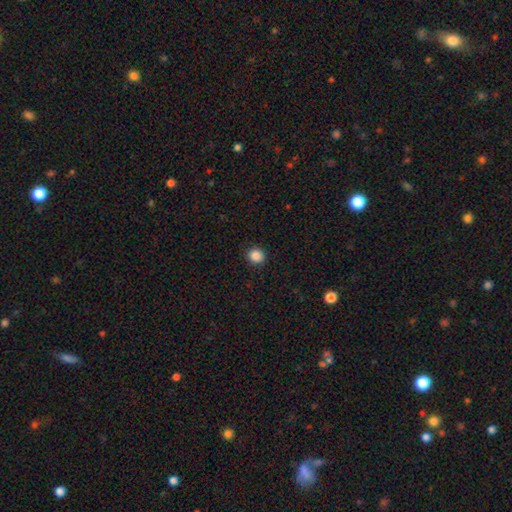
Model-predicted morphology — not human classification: Q: Smooth or featured?
A: smooth (87%); runner-up: star or artifact (10%)
Q: How rounded?
A: round (86%); runner-up: in between (13%)
Q: Merging?
A: none (91%); runner-up: minor disturbance (6%)